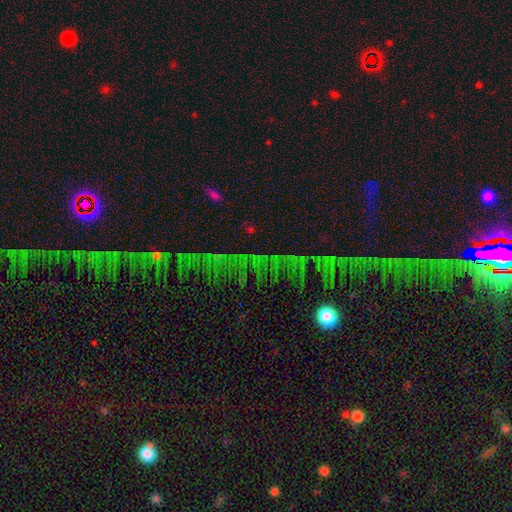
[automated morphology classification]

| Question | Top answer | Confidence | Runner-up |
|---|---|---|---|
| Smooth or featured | star or artifact | 74% | smooth (13%) |